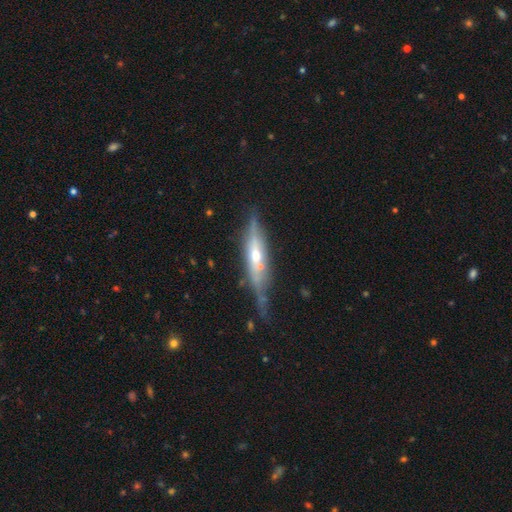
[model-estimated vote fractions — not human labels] Smooth or featured? featured or disk (73%)
Edge-on disk? yes (82%)
Edge-on bulge? rounded (76%)
Merging? none (57%)